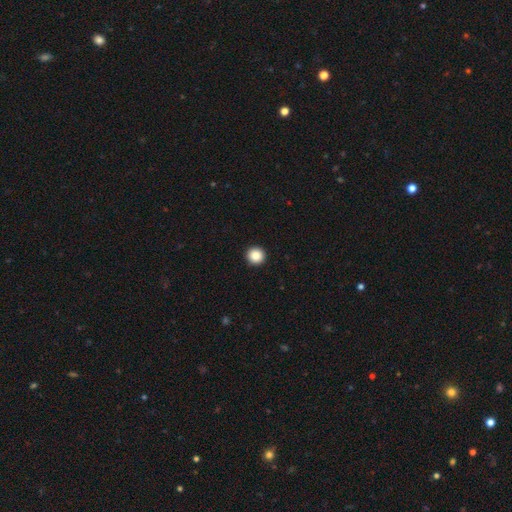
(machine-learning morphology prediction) This appears to be a smooth galaxy with no disk features (88%) that is round (95%). Merging: none (94%).